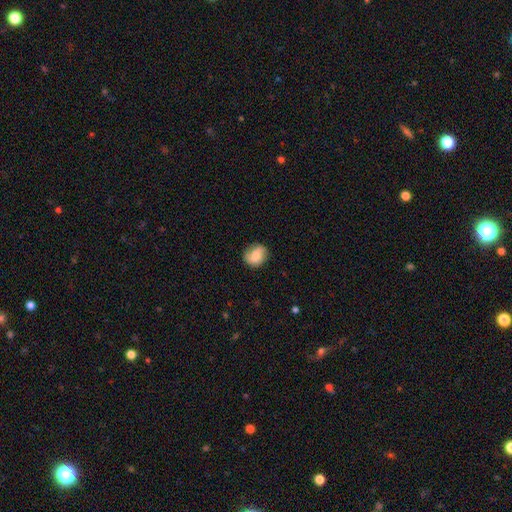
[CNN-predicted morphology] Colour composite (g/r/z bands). It shows a smooth galaxy with no disk features (62%) that is round (69%). Merging: none (75%).